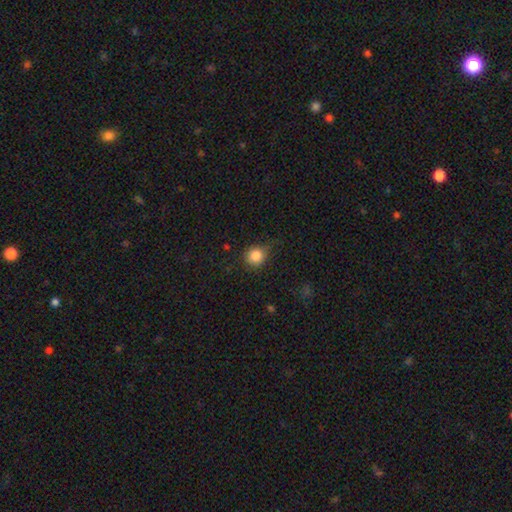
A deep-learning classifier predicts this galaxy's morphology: type=smooth (85%); roundness=round (84%); merging=none (73%).